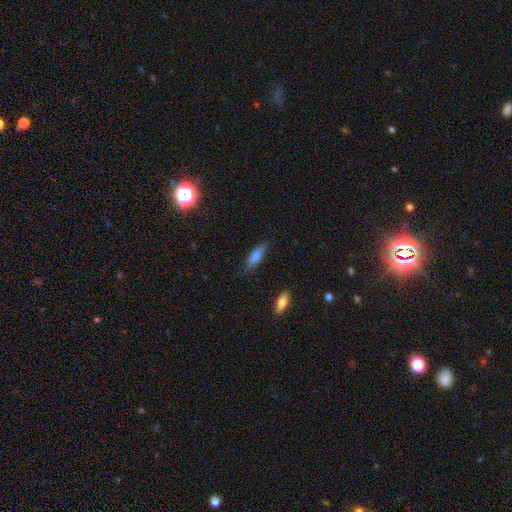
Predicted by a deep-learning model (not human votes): This appears to be a smooth galaxy with no disk features (75%) that is cigar-shaped (49%, tied with in between). Merging: none (77%).